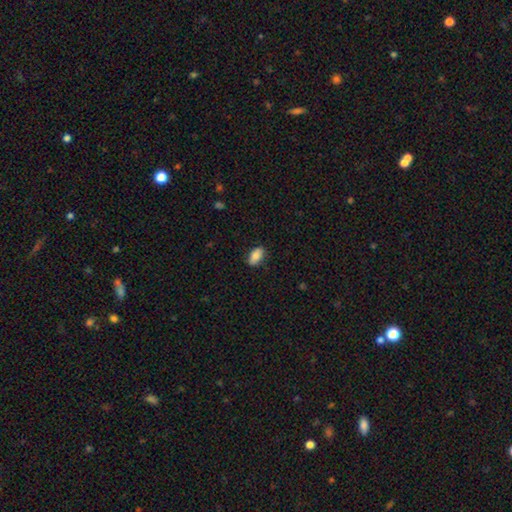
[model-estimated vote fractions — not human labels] Smooth or featured? Predicted: smooth (p=0.82). How rounded? Predicted: in between (p=0.91). Merging? Predicted: none (p=0.85).